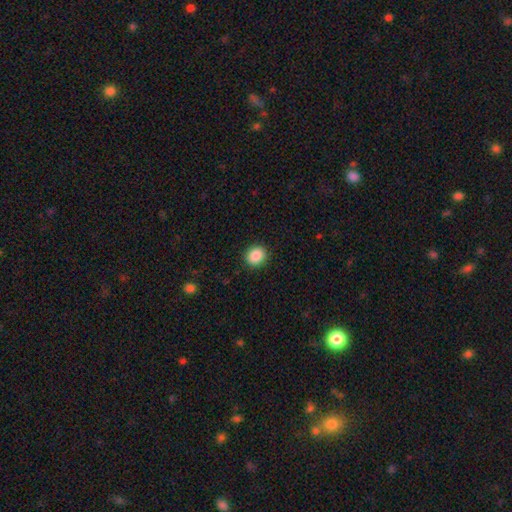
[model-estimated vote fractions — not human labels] Morphology: type=smooth (88%); roundness=round (76%); merging=none (91%).